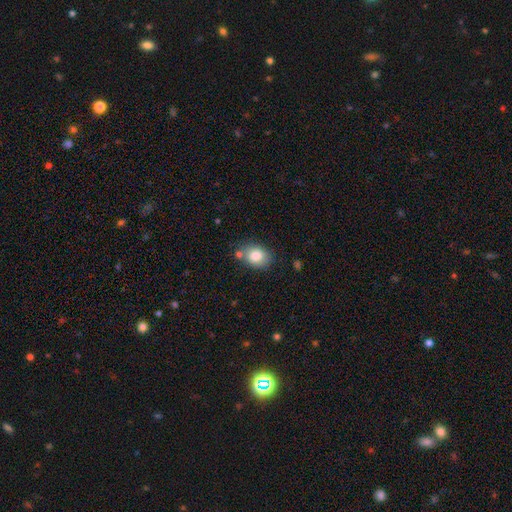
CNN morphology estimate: Smooth or featured? Predicted: smooth (p=0.82). How rounded? Predicted: in between (p=0.65). Merging? Predicted: none (p=0.69).